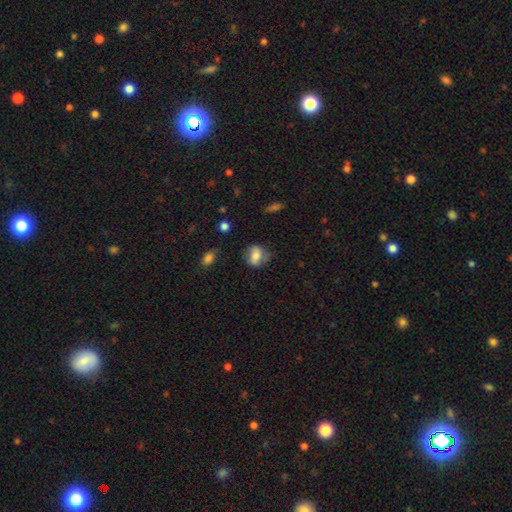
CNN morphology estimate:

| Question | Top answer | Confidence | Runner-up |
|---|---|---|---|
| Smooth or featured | smooth | 73% | featured or disk (19%) |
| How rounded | in between | 51% | round (47%) |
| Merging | none | 68% | minor disturbance (22%) |